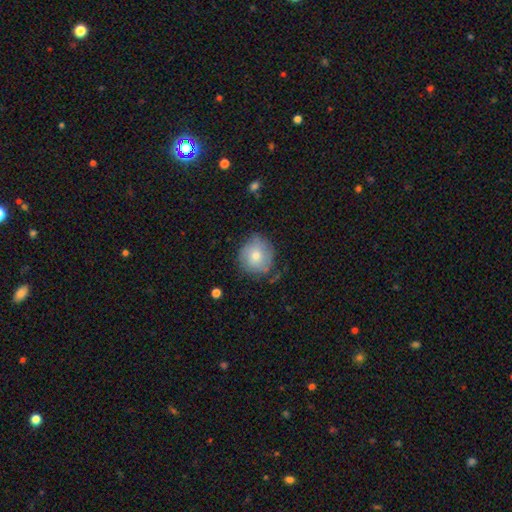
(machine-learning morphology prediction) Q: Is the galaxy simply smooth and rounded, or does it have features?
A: smooth — 72%.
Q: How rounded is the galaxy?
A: round — 88%.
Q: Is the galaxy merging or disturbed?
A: none — 67%.